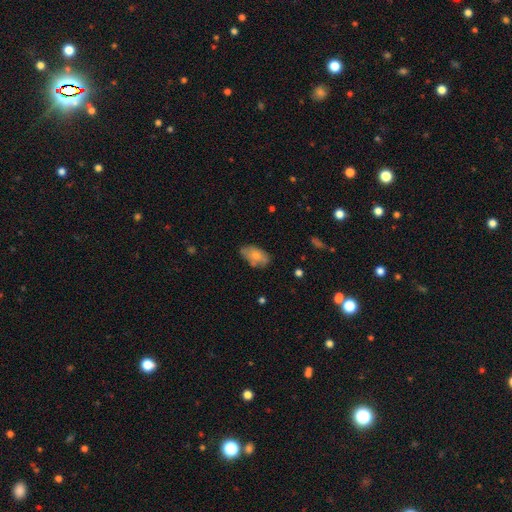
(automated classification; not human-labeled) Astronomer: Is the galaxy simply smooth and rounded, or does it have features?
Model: smooth — 73%.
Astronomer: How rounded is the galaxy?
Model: in between — 93%.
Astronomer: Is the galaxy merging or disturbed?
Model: none — 66%.